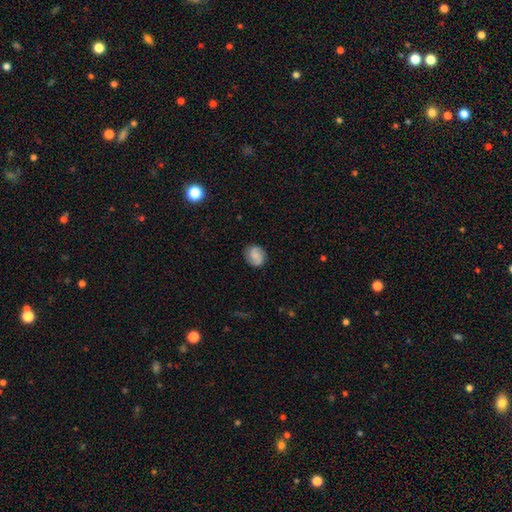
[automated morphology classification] A featured or disk galaxy (50%). Merging: none (84%).